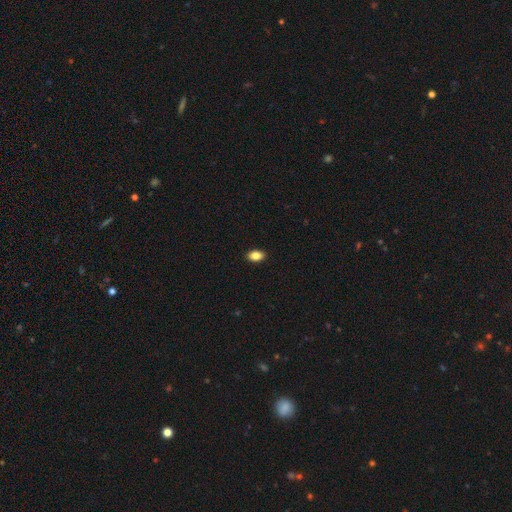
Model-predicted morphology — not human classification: This appears to be a smooth galaxy with no disk features (87%) that is in between round and cigar-shaped (89%). Merging: none (91%).